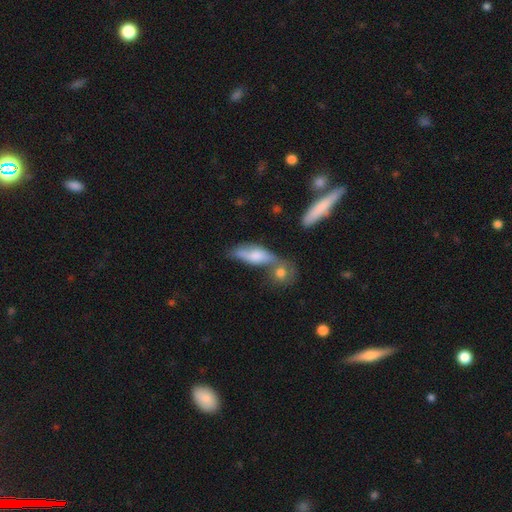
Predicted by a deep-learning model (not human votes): smooth-or-featured: smooth: 60% | featured or disk: 32% | star or artifact: 8%
  how-rounded: in between: 57% | cigar-shaped: 38% | round: 5%
  merging: merger: 39% | none: 34% | minor disturbance: 17% | major disturbance: 10%